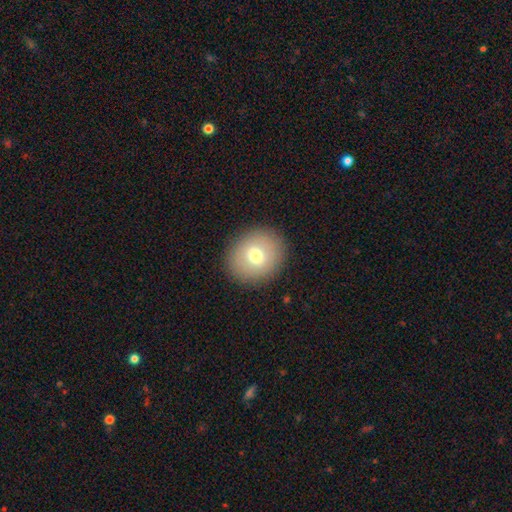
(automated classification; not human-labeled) Smooth or featured? smooth (70%)
How rounded? round (74%)
Merging? none (89%)